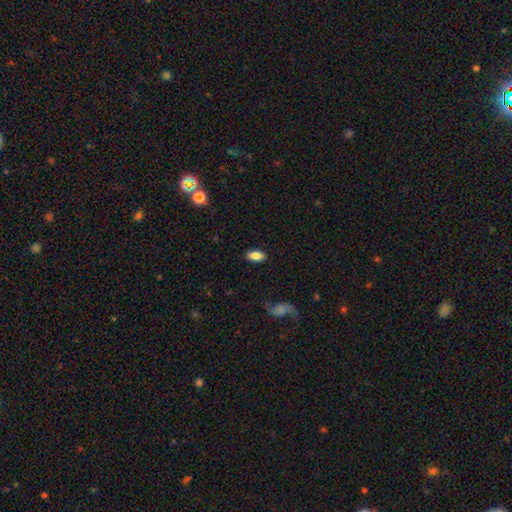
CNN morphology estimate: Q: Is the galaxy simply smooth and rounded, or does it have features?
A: smooth — 84%.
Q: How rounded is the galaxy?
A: in between — 91%.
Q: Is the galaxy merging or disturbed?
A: none — 85%.